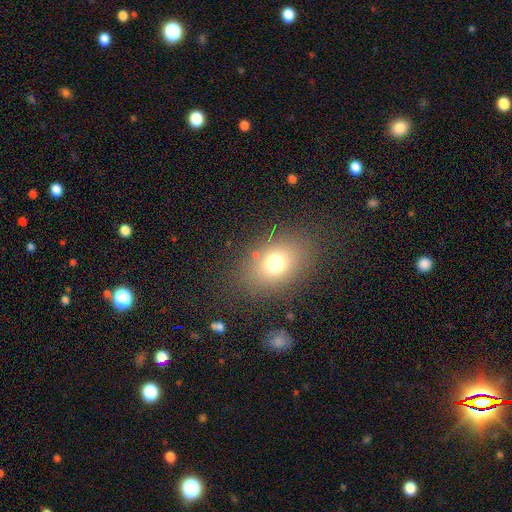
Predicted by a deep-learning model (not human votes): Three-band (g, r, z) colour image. It shows a smooth galaxy with no disk features (72%) that is in between round and cigar-shaped (70%). Merging: none (82%).